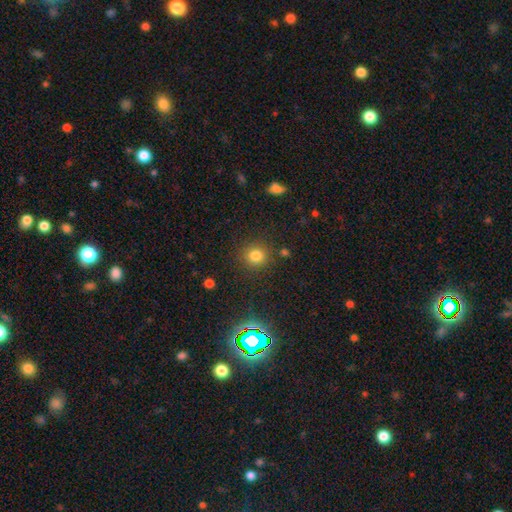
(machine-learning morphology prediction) type=smooth (78%); roundness=round (89%); merging=none (86%).